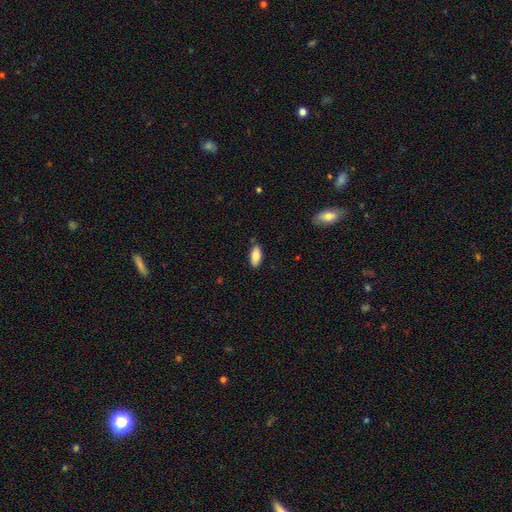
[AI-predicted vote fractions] smooth_or_featured: smooth (p=0.84) [alt: featured or disk p=0.10]
how_rounded: in between (p=0.88) [alt: cigar-shaped p=0.10]
merging: none (p=0.83) [alt: minor disturbance p=0.13]